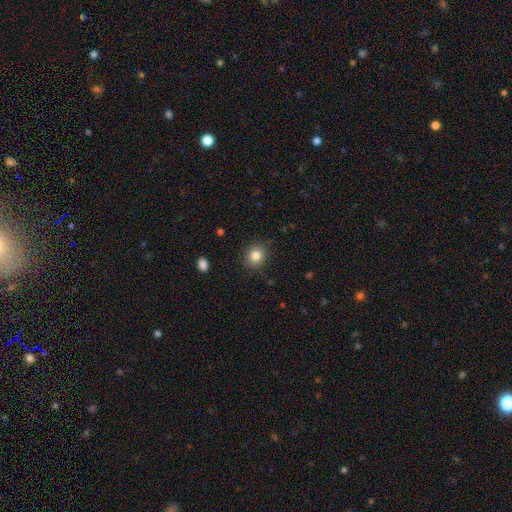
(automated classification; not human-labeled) Morphology: type=smooth (83%); roundness=round (76%); merging=none (88%).